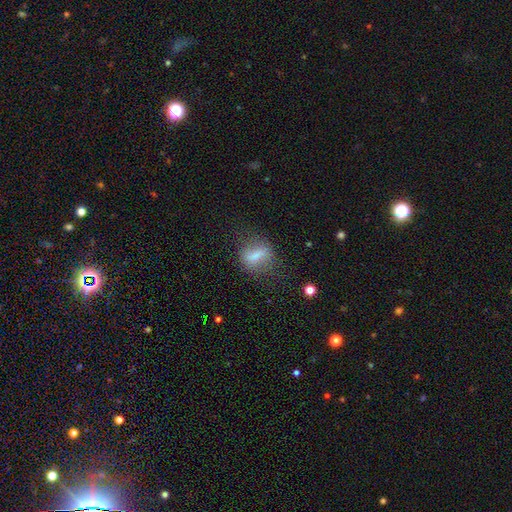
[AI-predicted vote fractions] Smooth or featured: smooth — 64% (featured or disk — 25%)
How rounded: in between — 52% (round — 35%)
Merging: none — 68% (minor disturbance — 19%)